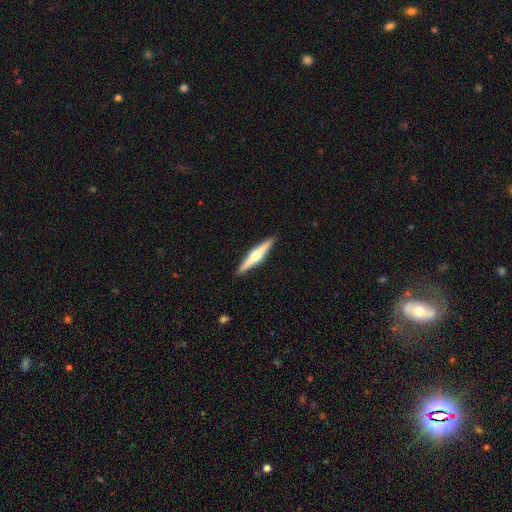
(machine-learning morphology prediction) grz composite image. It shows a featured or disk galaxy (68%) viewed edge-on (98%) with a rounded central bulge (93%). Merging: none (92%).